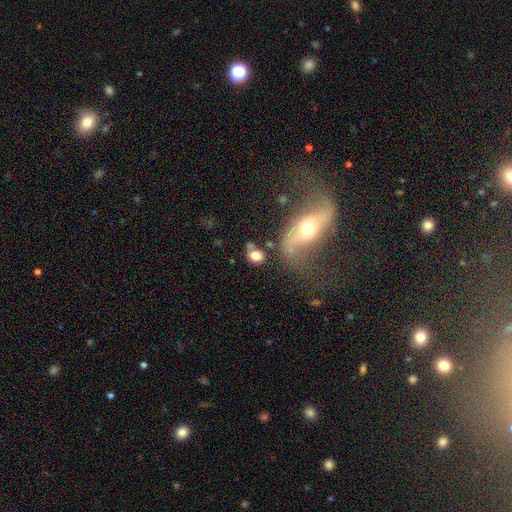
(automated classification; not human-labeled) Smooth or featured? smooth (75%)
How rounded? round (55%)
Merging? none (57%)